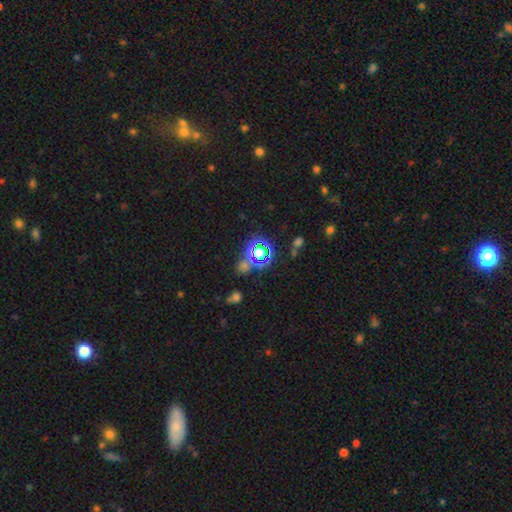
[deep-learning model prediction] smooth_or_featured: star or artifact (p=0.59) [alt: smooth p=0.29]